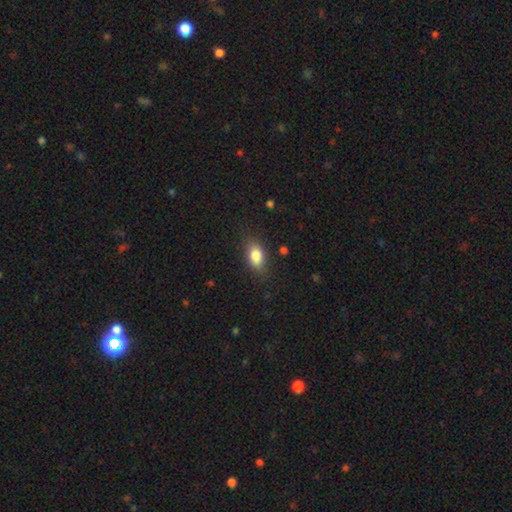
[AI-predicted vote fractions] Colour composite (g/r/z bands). It shows a smooth galaxy with no disk features (83%) that is in between round and cigar-shaped (85%). Merging: none (81%).